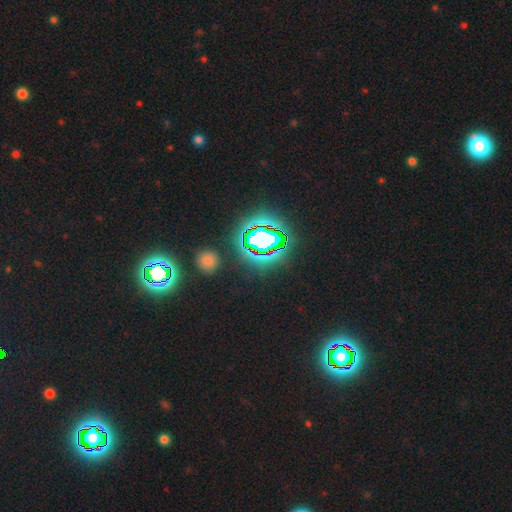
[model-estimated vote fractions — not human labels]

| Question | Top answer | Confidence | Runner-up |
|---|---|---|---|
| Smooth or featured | star or artifact | 82% | smooth (12%) |